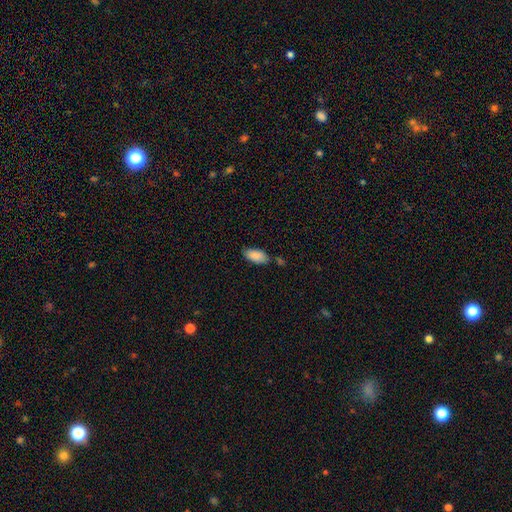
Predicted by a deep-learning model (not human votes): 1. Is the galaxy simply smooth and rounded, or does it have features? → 87% smooth, 7% star or artifact, 6% featured or disk.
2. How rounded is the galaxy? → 92% in between, 6% cigar-shaped, 2% round.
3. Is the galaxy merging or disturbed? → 70% none, 17% minor disturbance, 9% merger, 3% major disturbance.